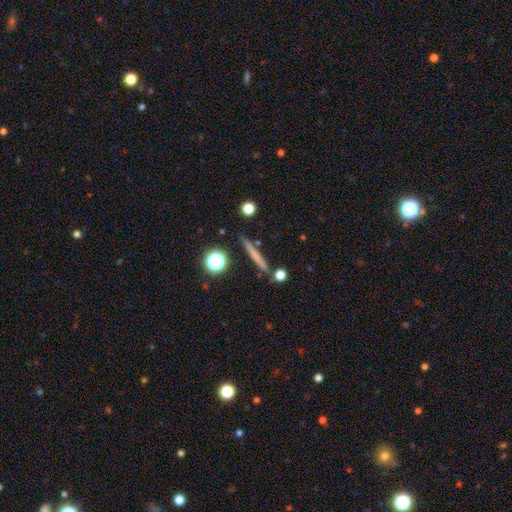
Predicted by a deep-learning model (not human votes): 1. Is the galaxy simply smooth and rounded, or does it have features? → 61% smooth, 30% featured or disk, 9% star or artifact.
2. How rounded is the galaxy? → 91% cigar-shaped, 5% round, 4% in between.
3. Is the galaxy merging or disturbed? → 86% none, 8% minor disturbance, 4% merger, 2% major disturbance.